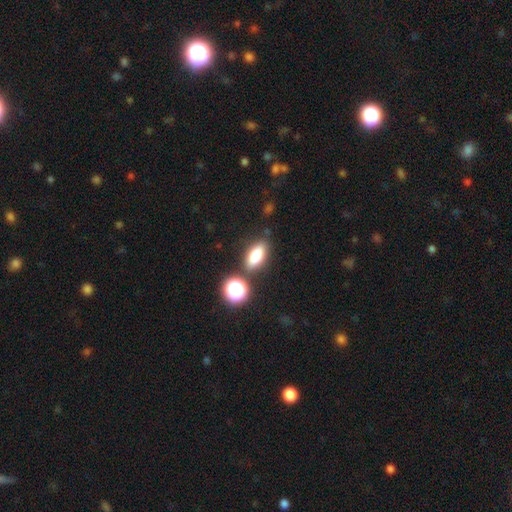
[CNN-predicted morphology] The model was most divided on "merging": none: 78%, minor disturbance: 11%, merger: 8%, major disturbance: 3%. More confident: smooth or featured — smooth (79%); how rounded — in between (78%).